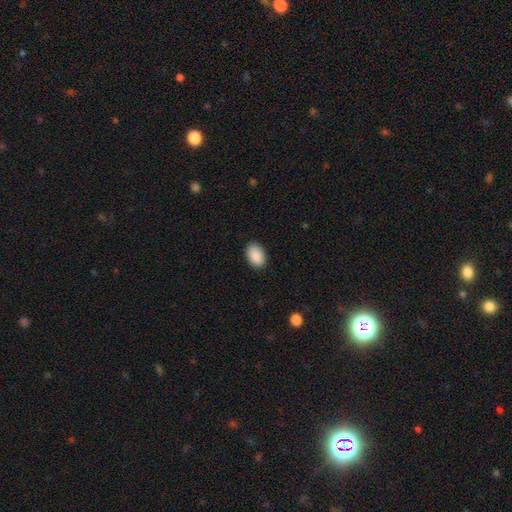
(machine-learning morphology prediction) Q: Smooth or featured?
A: smooth (91%); runner-up: star or artifact (7%)
Q: How rounded?
A: in between (89%); runner-up: round (10%)
Q: Merging?
A: none (88%); runner-up: minor disturbance (9%)